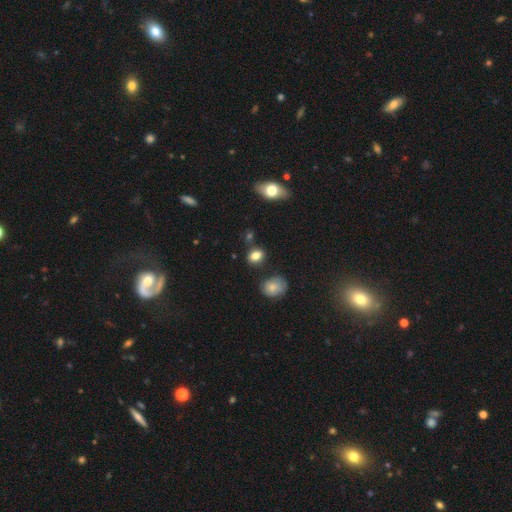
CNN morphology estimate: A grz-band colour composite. It shows a smooth galaxy with no disk features (81%) that is in between round and cigar-shaped (62%). Merging: none (76%).